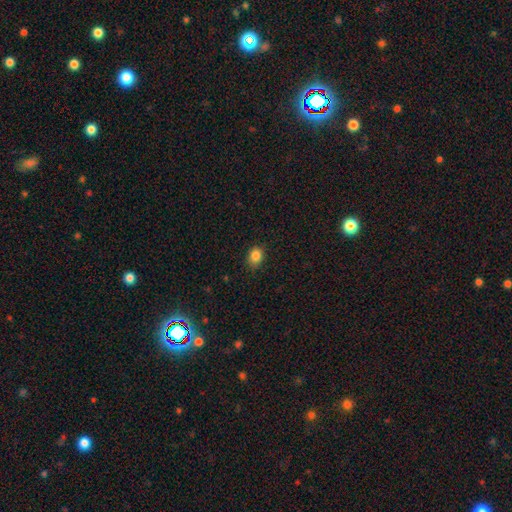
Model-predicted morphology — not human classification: type=smooth (85%); roundness=in between (57%); merging=none (86%).